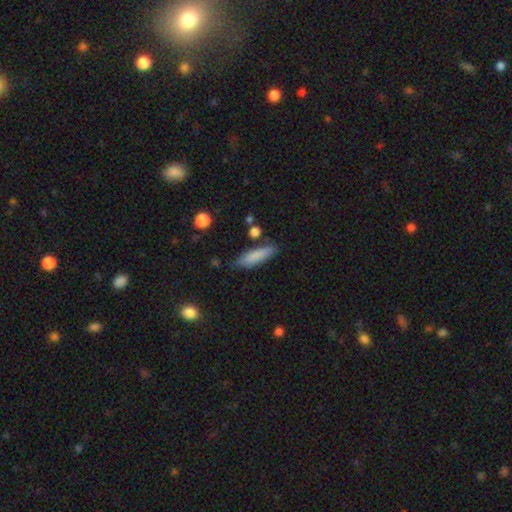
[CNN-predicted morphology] type=smooth (82%); roundness=cigar-shaped (68%); merging=none (78%).